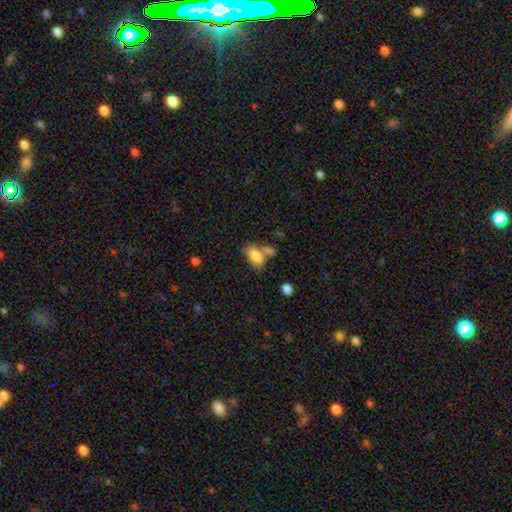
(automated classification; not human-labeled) The model was most divided on "merging": none: 45%, merger: 33%, minor disturbance: 16%, major disturbance: 7%. More confident: how rounded — in between (90%); smooth or featured — smooth (81%).